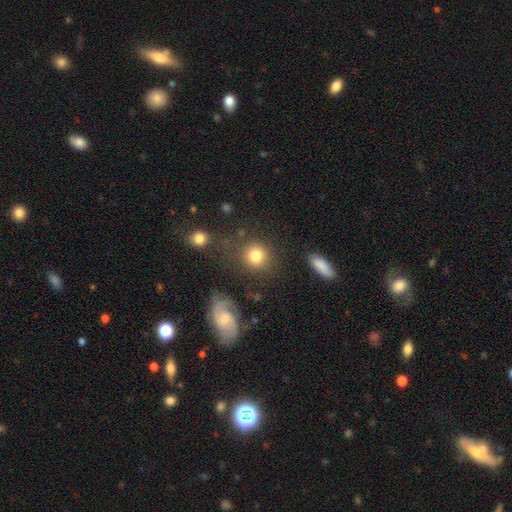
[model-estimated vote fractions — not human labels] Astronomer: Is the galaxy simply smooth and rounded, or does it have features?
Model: smooth — 81%.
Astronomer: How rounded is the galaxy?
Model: round — 84%.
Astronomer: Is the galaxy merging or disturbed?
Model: none — 74%.